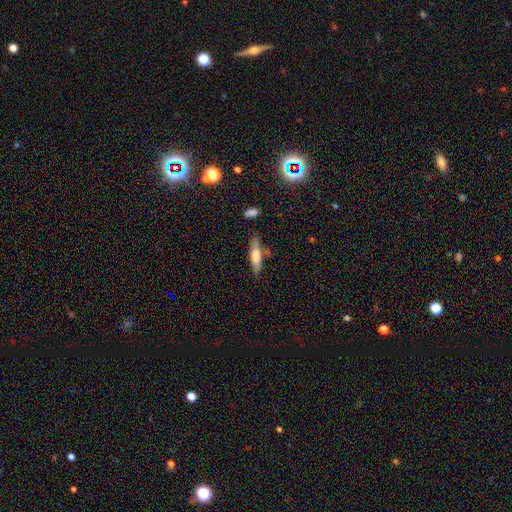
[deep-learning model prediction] A smooth galaxy with no disk features (59%) that is cigar-shaped (72%). Merging: none (74%).